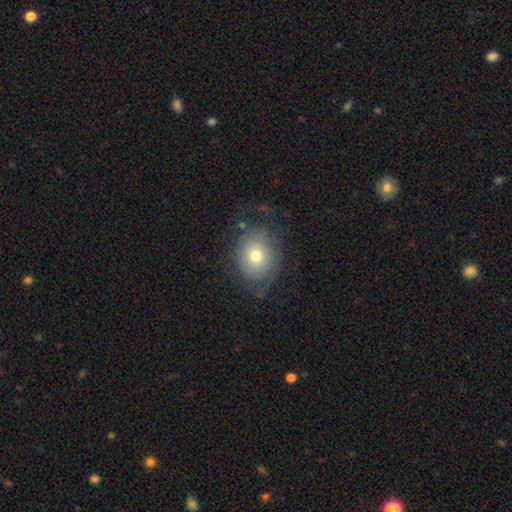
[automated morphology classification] smooth-or-featured: smooth: 66% | featured or disk: 25% | star or artifact: 9%
  how-rounded: round: 53% | in between: 46% | cigar-shaped: 1%
  merging: none: 64% | minor disturbance: 21% | major disturbance: 13% | merger: 2%